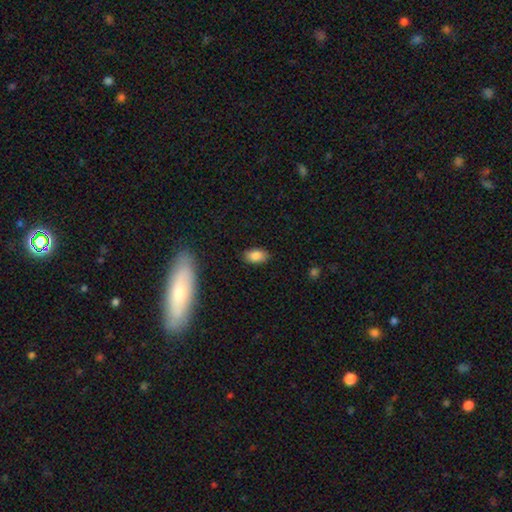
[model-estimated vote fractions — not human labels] This is clearly a smooth galaxy (85%). How rounded: clearly in between (92%). Merging: clearly none (87%).